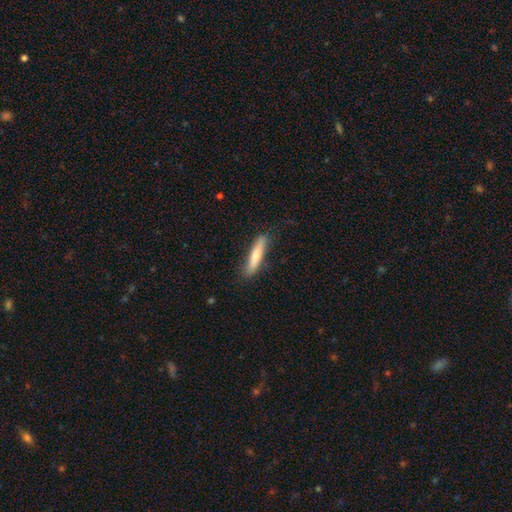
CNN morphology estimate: A smooth galaxy with no disk features (69%) that is cigar-shaped (87%).

Vote fractions:
- Smooth or featured? smooth: 69% / featured or disk: 26% / star or artifact: 5%
- How rounded? cigar-shaped: 87% / in between: 12% / round: 1%
- Merging? none: 85% / minor disturbance: 12% / major disturbance: 2% / merger: 1%